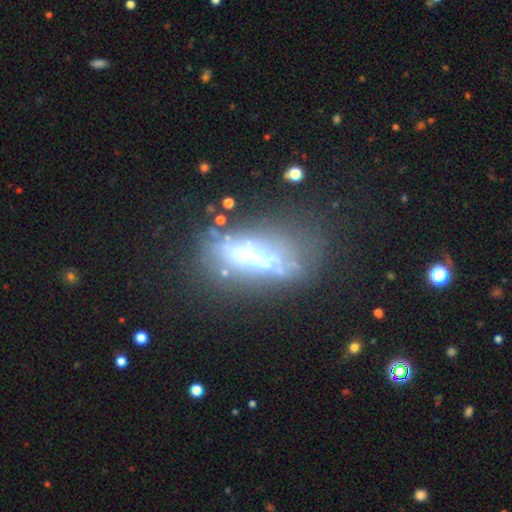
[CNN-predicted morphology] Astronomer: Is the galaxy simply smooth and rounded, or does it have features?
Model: featured or disk — 57%.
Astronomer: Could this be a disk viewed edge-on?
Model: no — 65%.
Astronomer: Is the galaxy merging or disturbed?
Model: none — 46% (runner-up: major disturbance, 27%).